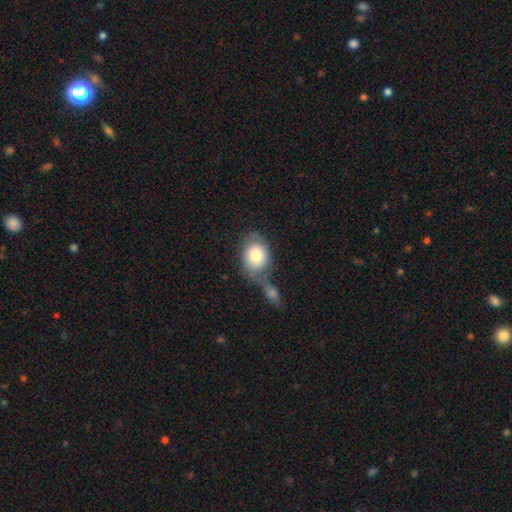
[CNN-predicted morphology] smooth-or-featured: smooth: 80% | featured or disk: 14% | star or artifact: 6%
  how-rounded: in between: 65% | round: 34% | cigar-shaped: 1%
  merging: none: 41% | merger: 35% | minor disturbance: 16% | major disturbance: 8%